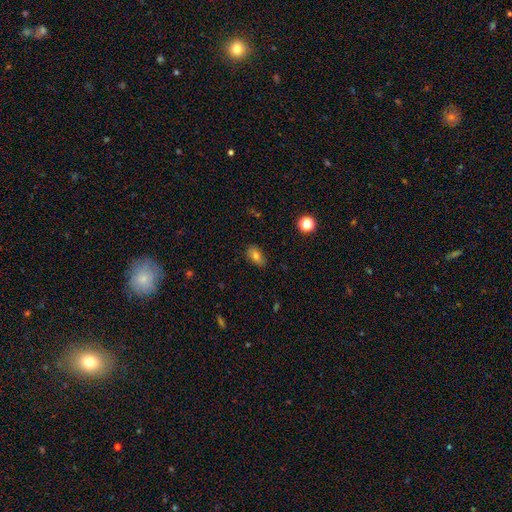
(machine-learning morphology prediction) Overall: smooth (73%). How rounded: in between (84%). Merging: none (80%).